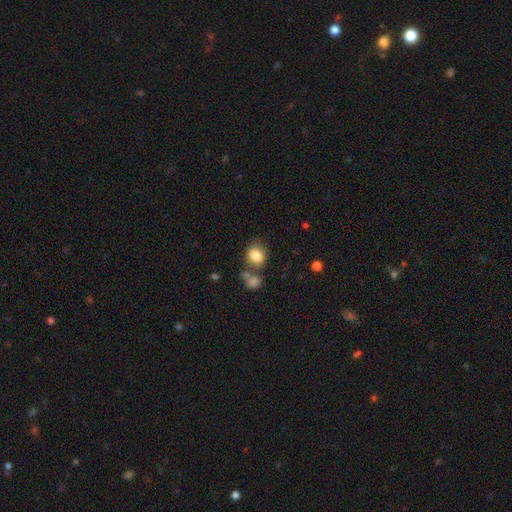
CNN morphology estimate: The model was most divided on "how rounded": round: 55%, in between: 44%, cigar-shaped: 1%. More confident: smooth or featured — smooth (83%); merging — none (58%).